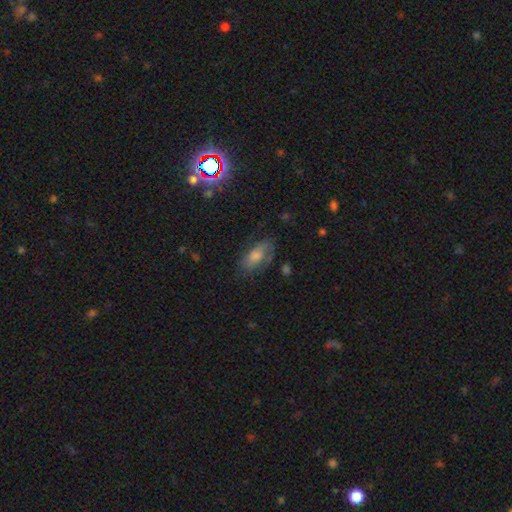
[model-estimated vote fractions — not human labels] Smooth or featured? smooth (52%)
How rounded? in between (84%)
Merging? none (67%)